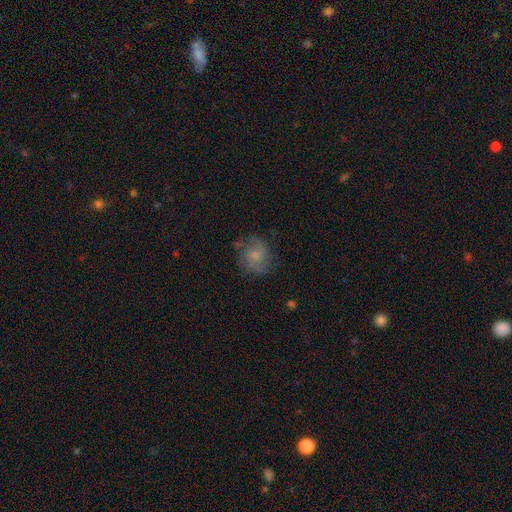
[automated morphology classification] type=smooth (49%); merging=none (66%).